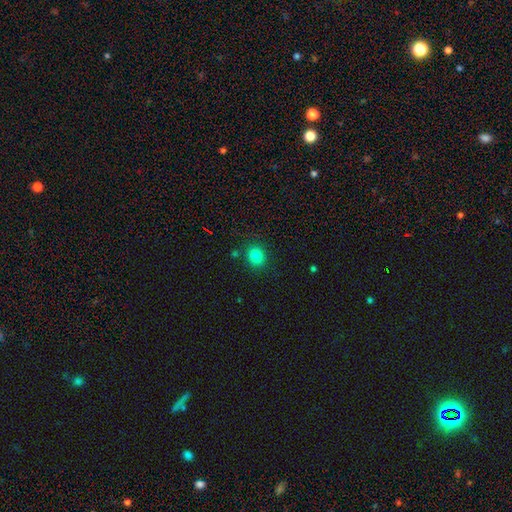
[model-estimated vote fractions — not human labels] Overall: smooth (84%). How rounded: round (71%). Merging: none (85%).